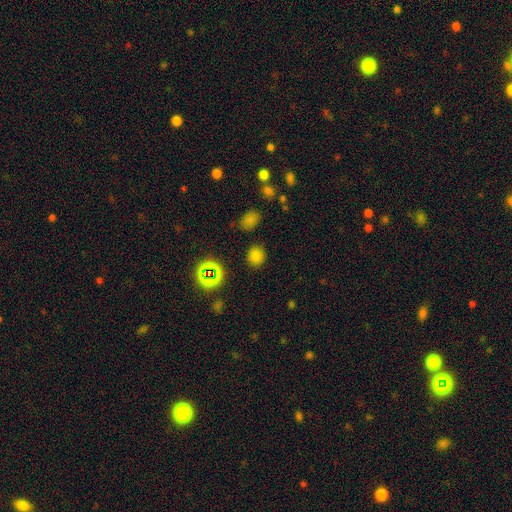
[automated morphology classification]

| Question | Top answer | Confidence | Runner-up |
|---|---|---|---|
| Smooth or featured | smooth | 72% | star or artifact (23%) |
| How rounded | round | 74% | in between (25%) |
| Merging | none | 85% | minor disturbance (9%) |